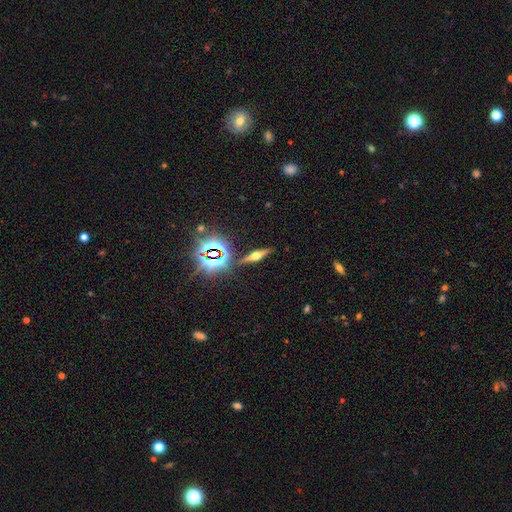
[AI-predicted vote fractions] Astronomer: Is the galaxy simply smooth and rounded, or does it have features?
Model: featured or disk — 54%.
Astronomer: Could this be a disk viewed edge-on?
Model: yes — 93%.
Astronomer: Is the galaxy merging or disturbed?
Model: none — 86%.